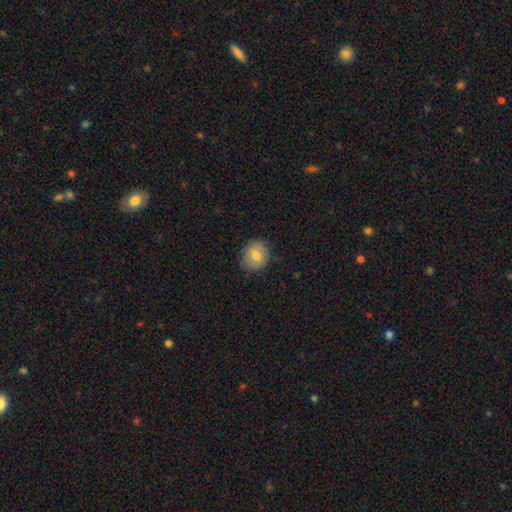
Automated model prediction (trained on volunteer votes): This is likely a smooth galaxy (77%). How rounded: likely round (73%). Merging: clearly none (84%).